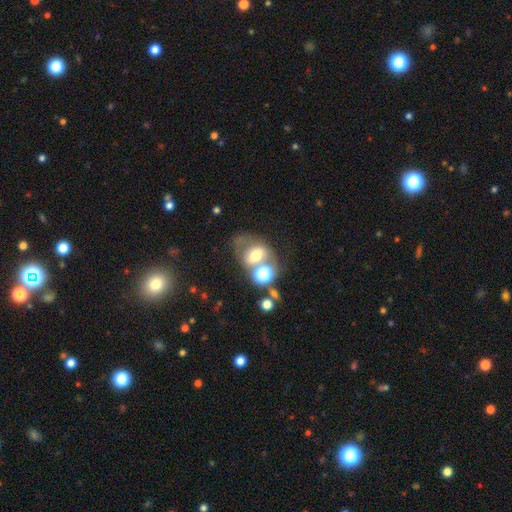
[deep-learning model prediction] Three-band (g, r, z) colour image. It shows a smooth galaxy with no disk features (52%) that is in between round and cigar-shaped (54%). Merging: merger (35%).